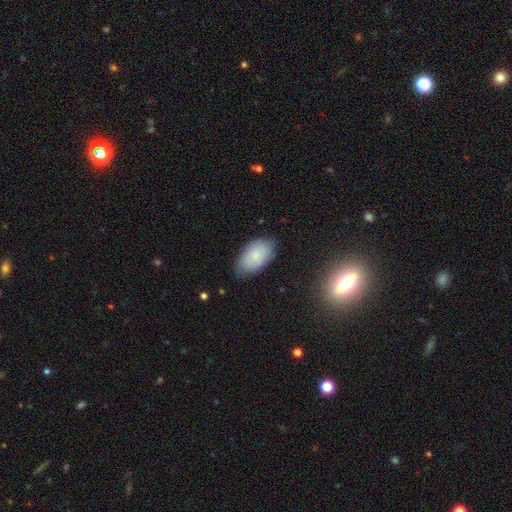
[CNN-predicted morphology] This is likely a smooth galaxy (78%). How rounded: clearly in between (94%). Merging: likely none (79%).